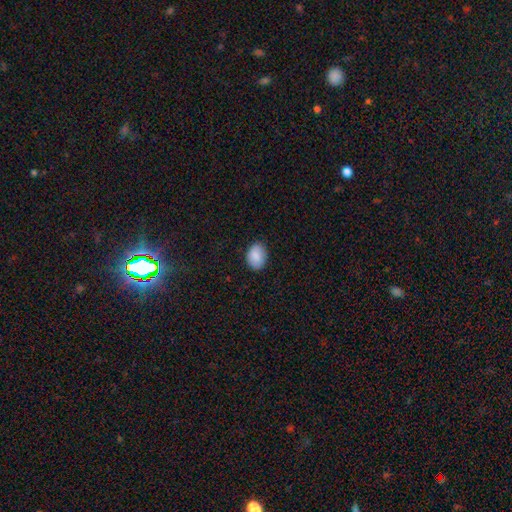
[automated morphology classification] Smooth or featured? smooth (87%)
How rounded? in between (75%)
Merging? none (84%)